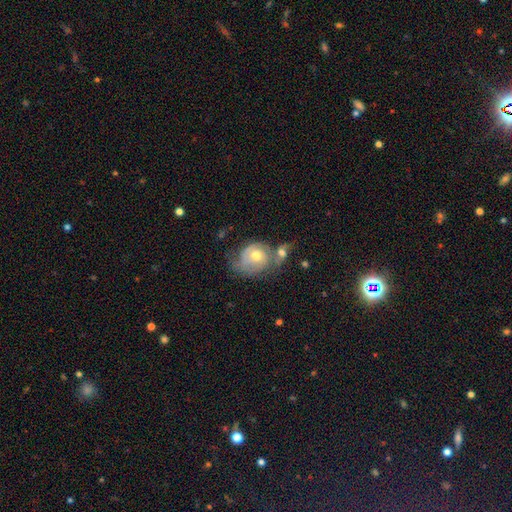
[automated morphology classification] Smooth or featured? Predicted: featured or disk (p=0.62). Edge-on disk? Predicted: no (p=0.96). Bar? Predicted: no (p=0.79). Spiral arms? Predicted: yes (p=0.77). Bulge size? Predicted: moderate (p=0.74). Merging? Predicted: none (p=0.32).